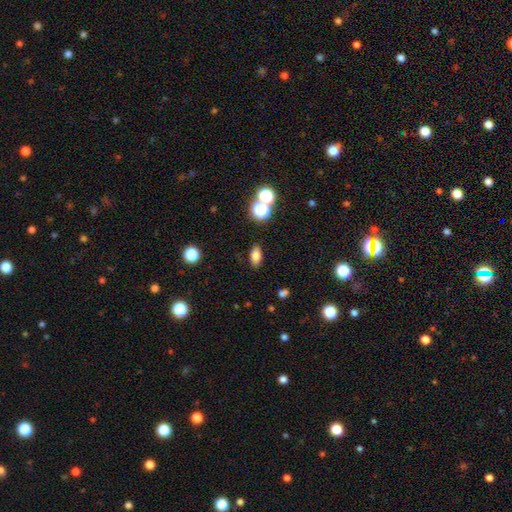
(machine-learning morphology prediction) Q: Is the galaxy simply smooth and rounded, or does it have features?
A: smooth — 79%.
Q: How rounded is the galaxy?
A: in between — 83%.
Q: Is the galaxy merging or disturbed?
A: none — 85%.